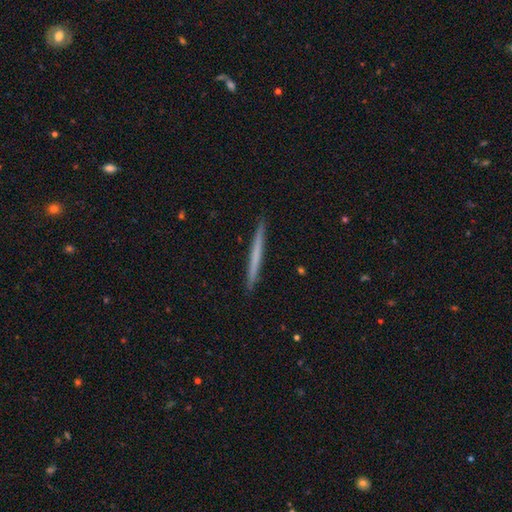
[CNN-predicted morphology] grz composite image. It shows a smooth galaxy with no disk features (56%) that is cigar-shaped (97%). Merging: none (93%).